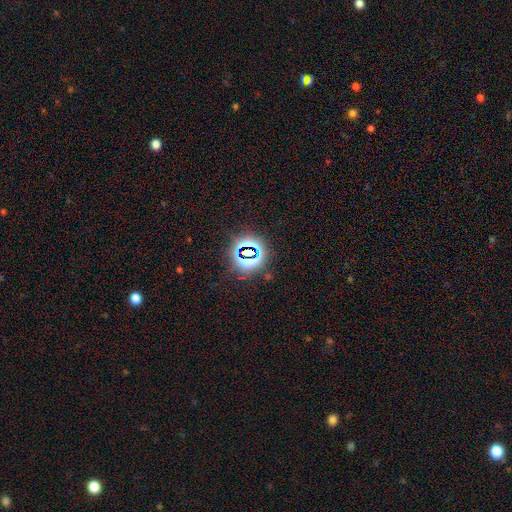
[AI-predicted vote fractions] A star or artifact, not a galaxy (73%).